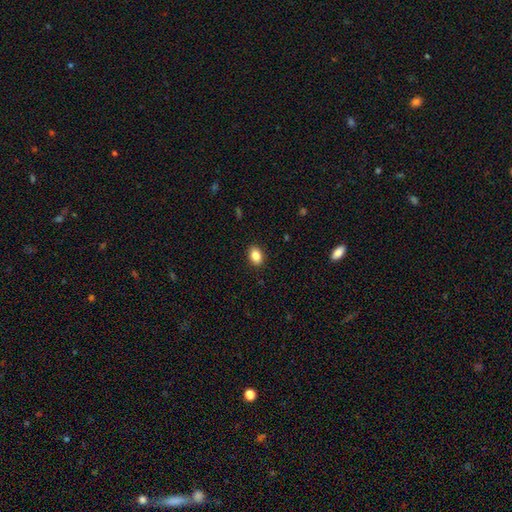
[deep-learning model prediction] A smooth galaxy with no disk features (85%) that is in between round and cigar-shaped (77%).

Vote fractions:
- Smooth or featured? smooth: 85% / star or artifact: 9% / featured or disk: 6%
- How rounded? in between: 77% / round: 22% / cigar-shaped: 1%
- Merging? none: 90% / minor disturbance: 7% / major disturbance: 2% / merger: 1%